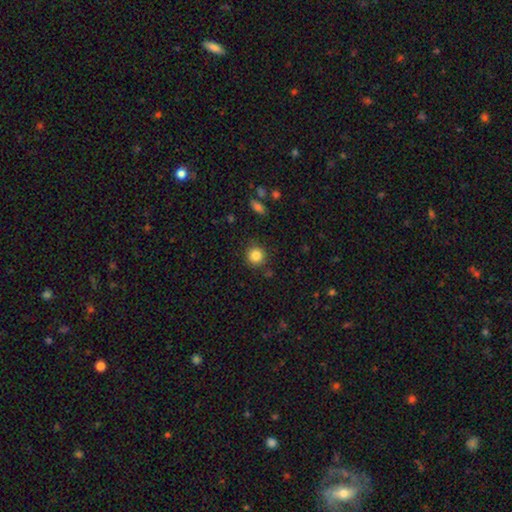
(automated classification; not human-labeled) This appears to be a smooth galaxy with no disk features (85%) that is round (93%). Merging: none (88%).